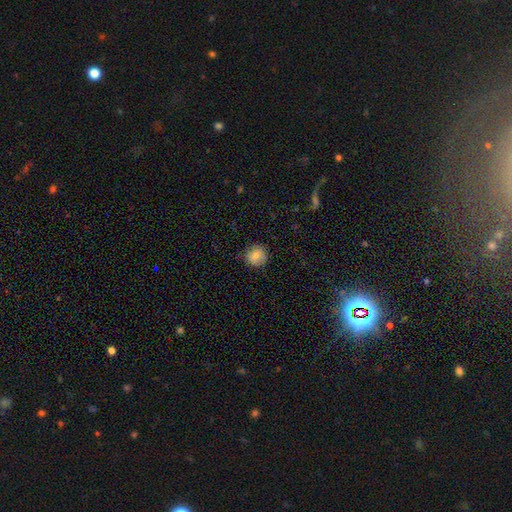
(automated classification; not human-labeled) smooth_or_featured: smooth (p=0.80) [alt: featured or disk p=0.11]
how_rounded: round (p=0.89) [alt: in between p=0.10]
merging: none (p=0.83) [alt: minor disturbance p=0.13]